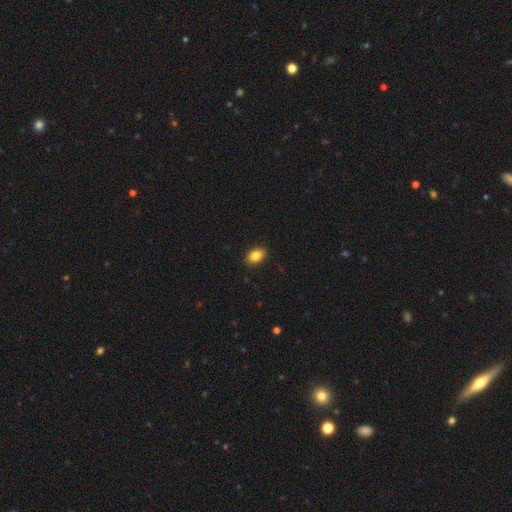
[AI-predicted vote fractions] smooth-or-featured: smooth: 84% | star or artifact: 8% | featured or disk: 8%
  how-rounded: in between: 85% | round: 13% | cigar-shaped: 2%
  merging: none: 90% | minor disturbance: 7% | major disturbance: 2% | merger: 1%